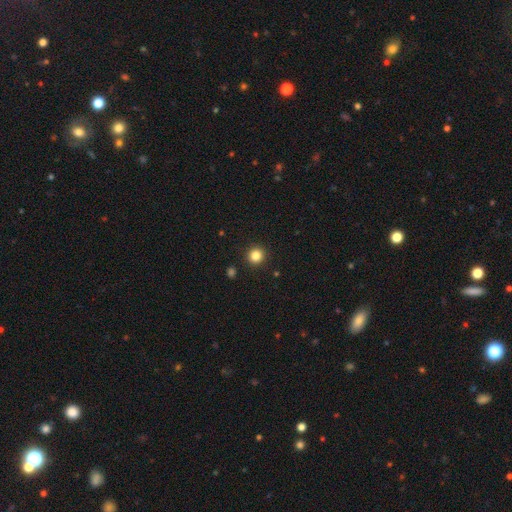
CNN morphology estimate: This appears to be a smooth galaxy with no disk features (84%) that is round (93%). Merging: none (92%).